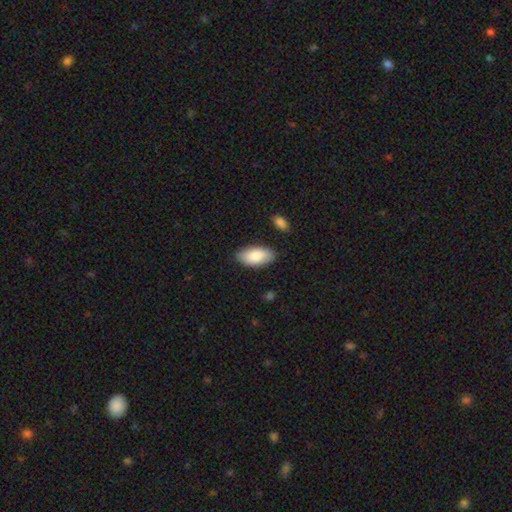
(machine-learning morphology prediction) smooth 83%, featured or disk 11%, star or artifact 6%. Down the decision tree: how rounded — in between (93%); merging — none (84%).